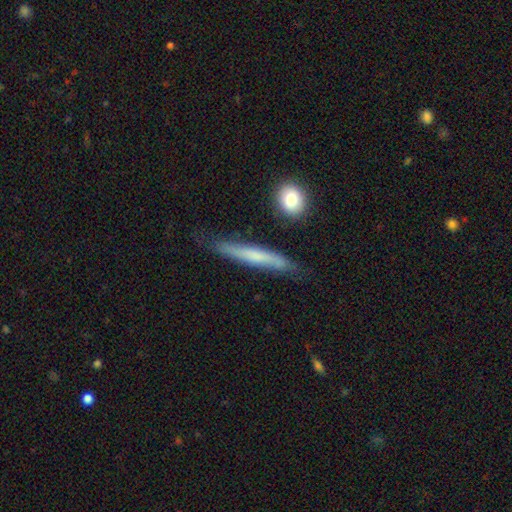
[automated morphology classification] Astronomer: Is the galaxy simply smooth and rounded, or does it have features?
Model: smooth — 51% (runner-up: featured or disk, 42%).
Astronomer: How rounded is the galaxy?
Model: cigar-shaped — 93%.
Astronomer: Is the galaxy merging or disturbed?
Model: none — 77%.